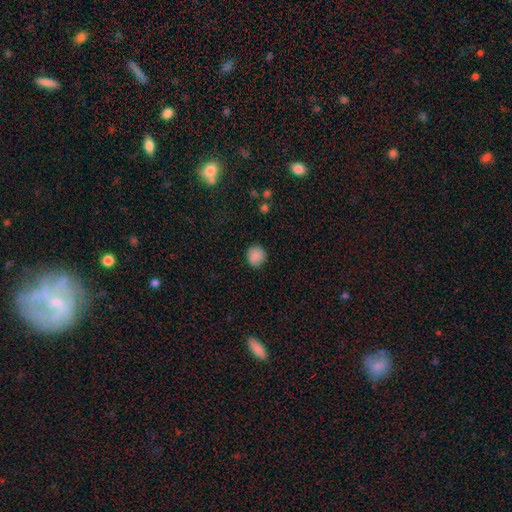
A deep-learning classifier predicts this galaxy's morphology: smooth_or_featured: smooth (p=0.88) [alt: star or artifact p=0.09]
how_rounded: round (p=0.88) [alt: in between p=0.11]
merging: none (p=0.88) [alt: minor disturbance p=0.09]